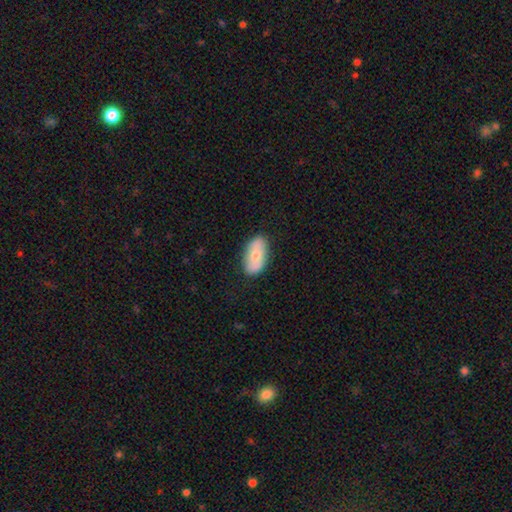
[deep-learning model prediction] A smooth galaxy with no disk features (64%) that is in between round and cigar-shaped (92%). Merging: none (81%).